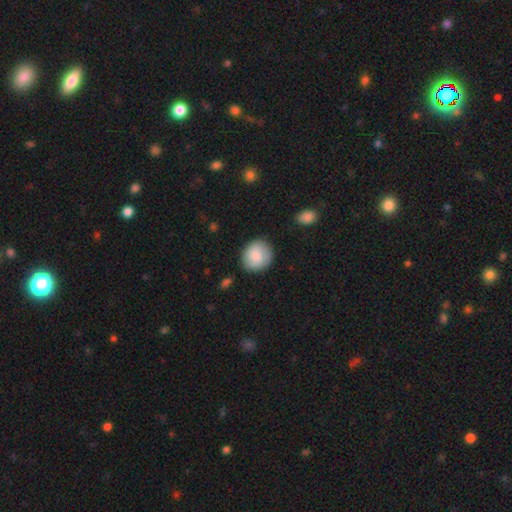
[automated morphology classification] The model was most divided on "how rounded": round: 79%, in between: 20%, cigar-shaped: 1%. More confident: merging — none (83%); smooth or featured — smooth (81%).